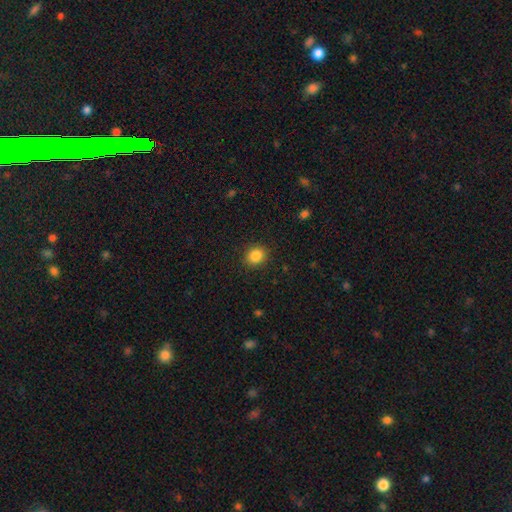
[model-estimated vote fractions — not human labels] Morphology: type=smooth (86%); roundness=round (72%); merging=none (90%).